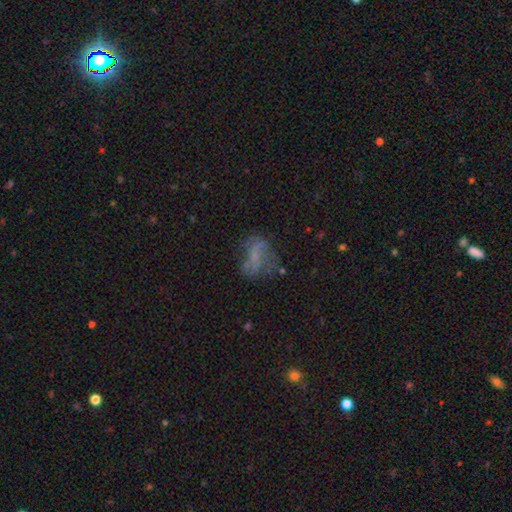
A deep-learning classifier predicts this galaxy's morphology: type=featured or disk (46%); merging=none (44%).